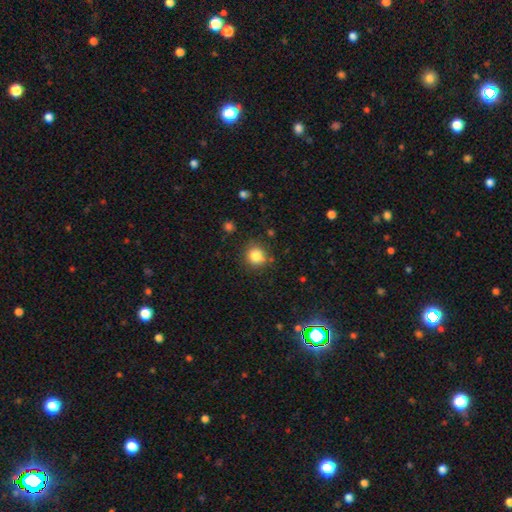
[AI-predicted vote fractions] This is clearly a smooth galaxy (82%). How rounded: clearly round (88%). Merging: clearly none (81%).